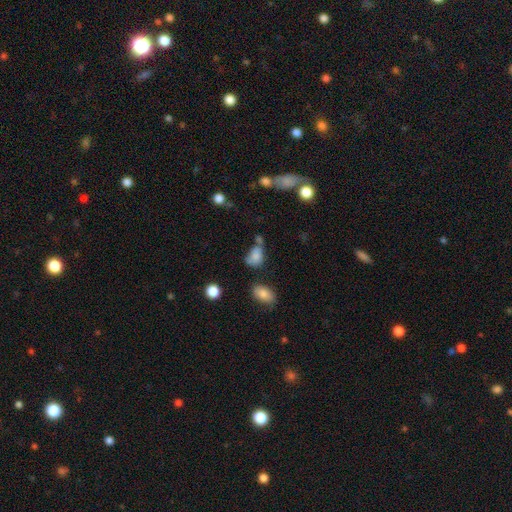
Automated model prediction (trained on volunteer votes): A smooth galaxy with no disk features (78%) that is in between round and cigar-shaped (77%).

Vote fractions:
- Smooth or featured? smooth: 78% / star or artifact: 11% / featured or disk: 10%
- How rounded? in between: 77% / round: 21% / cigar-shaped: 2%
- Merging? none: 36% / minor disturbance: 27% / merger: 24% / major disturbance: 13%